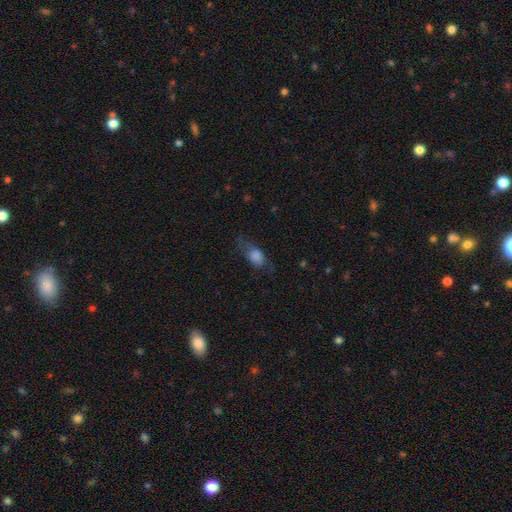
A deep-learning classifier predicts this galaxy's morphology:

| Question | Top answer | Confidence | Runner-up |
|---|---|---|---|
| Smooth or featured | smooth | 70% | featured or disk (19%) |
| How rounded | in between | 73% | cigar-shaped (16%) |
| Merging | none | 52% | minor disturbance (27%) |